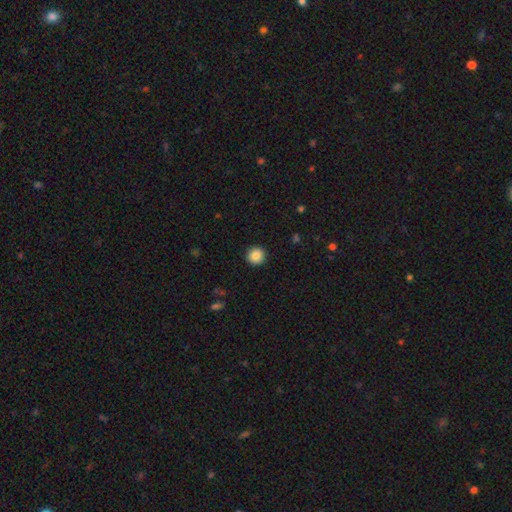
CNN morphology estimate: Smooth or featured? smooth (86%)
How rounded? round (95%)
Merging? none (93%)